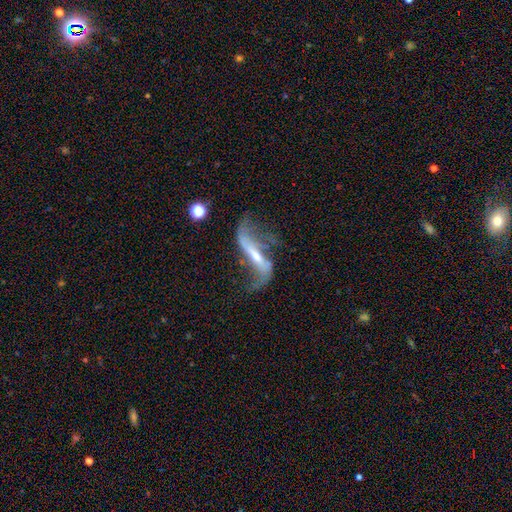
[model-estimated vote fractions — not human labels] Smooth or featured? Predicted: featured or disk (p=0.84). Edge-on disk? Predicted: no (p=0.83). Bar? Predicted: strong (p=0.54). Spiral arms? Predicted: yes (p=0.90). Spiral winding? Predicted: loose (p=0.91). Spiral arm count? Predicted: 2 (p=0.89). Bulge size? Predicted: small (p=0.50). Merging? Predicted: none (p=0.47).